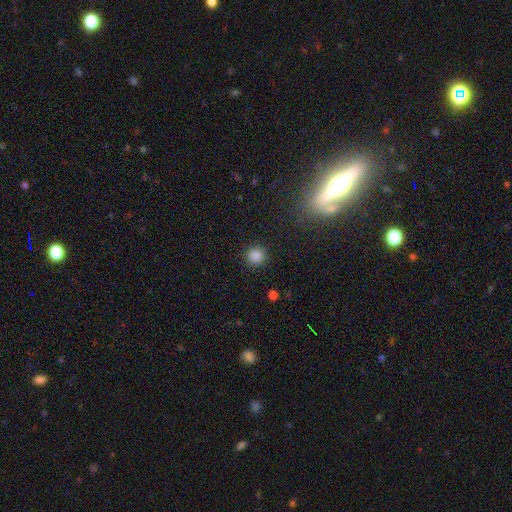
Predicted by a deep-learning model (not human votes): Smooth or featured? Predicted: smooth (p=0.86). How rounded? Predicted: round (p=0.94). Merging? Predicted: none (p=0.91).